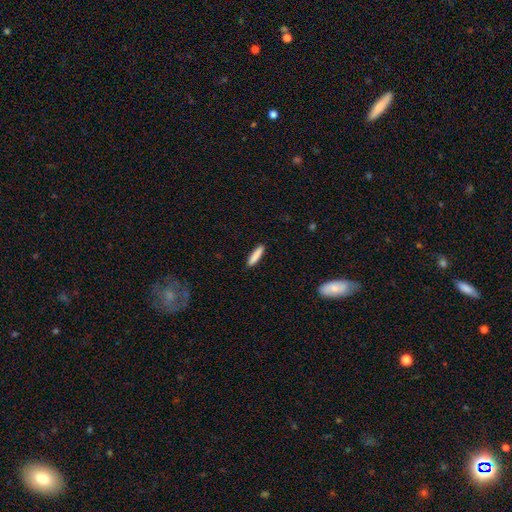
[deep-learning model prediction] Smooth or featured? Predicted: smooth (p=0.86). How rounded? Predicted: cigar-shaped (p=0.83). Merging? Predicted: none (p=0.90).